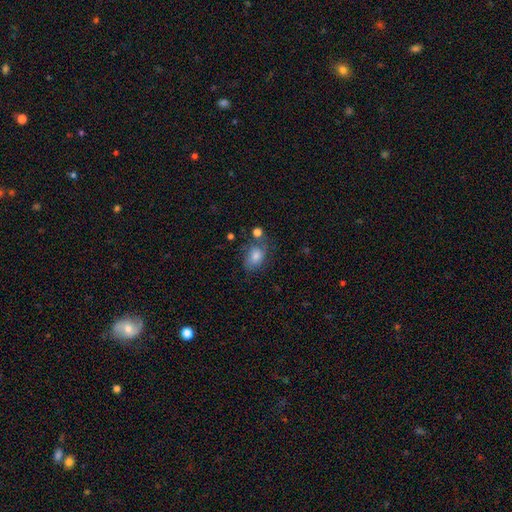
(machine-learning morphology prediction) Smooth or featured?
  - smooth: 71% *
  - featured or disk: 17%
  - star or artifact: 12%
How rounded?
  - in between: 73% *
  - round: 26%
  - cigar-shaped: 1%
Merging?
  - none: 57% *
  - minor disturbance: 23%
  - major disturbance: 10%
  - merger: 10%